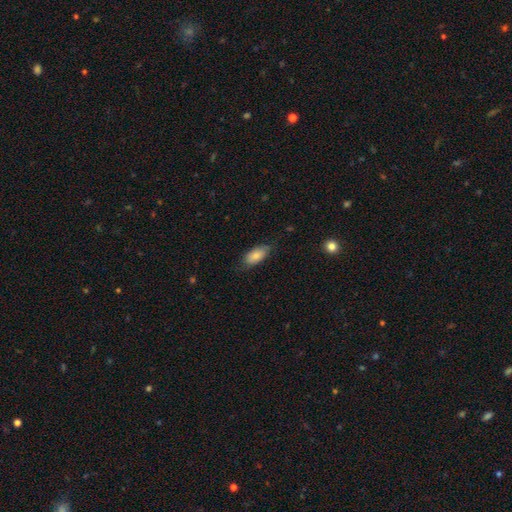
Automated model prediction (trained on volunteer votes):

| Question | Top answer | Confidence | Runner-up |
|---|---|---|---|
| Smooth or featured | smooth | 83% | featured or disk (11%) |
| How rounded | in between | 89% | cigar-shaped (8%) |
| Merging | none | 75% | minor disturbance (20%) |